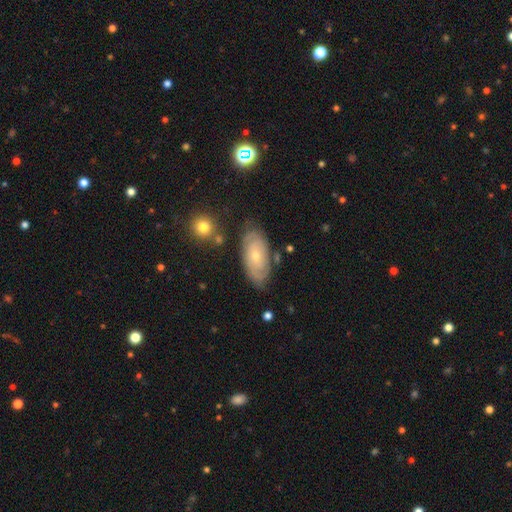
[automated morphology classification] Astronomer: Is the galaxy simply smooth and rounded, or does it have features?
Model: featured or disk — 72%.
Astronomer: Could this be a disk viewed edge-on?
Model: no — 93%.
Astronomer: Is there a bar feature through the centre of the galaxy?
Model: no — 74%.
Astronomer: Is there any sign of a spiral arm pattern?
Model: yes — 88%.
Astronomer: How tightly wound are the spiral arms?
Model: tight — 73%.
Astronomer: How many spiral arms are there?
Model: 2 — 42% (runner-up: can't tell, 41%).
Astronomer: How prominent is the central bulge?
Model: small — 60% (runner-up: moderate, 36%).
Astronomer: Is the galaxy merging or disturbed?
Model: none — 76%.